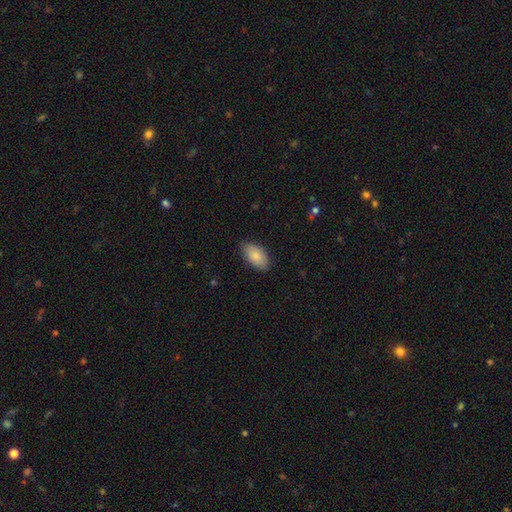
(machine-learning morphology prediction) smooth_or_featured: smooth (p=0.85) [alt: featured or disk p=0.09]
how_rounded: in between (p=0.95) [alt: round p=0.03]
merging: none (p=0.83) [alt: minor disturbance p=0.14]